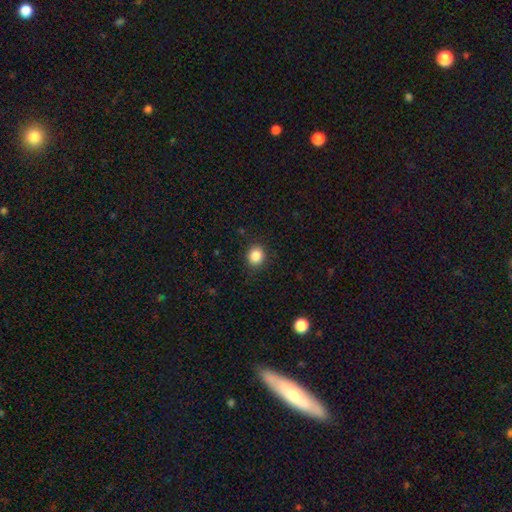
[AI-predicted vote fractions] smooth 86%, star or artifact 10%, featured or disk 4%. Down the decision tree: how rounded — round (81%); merging — none (89%).